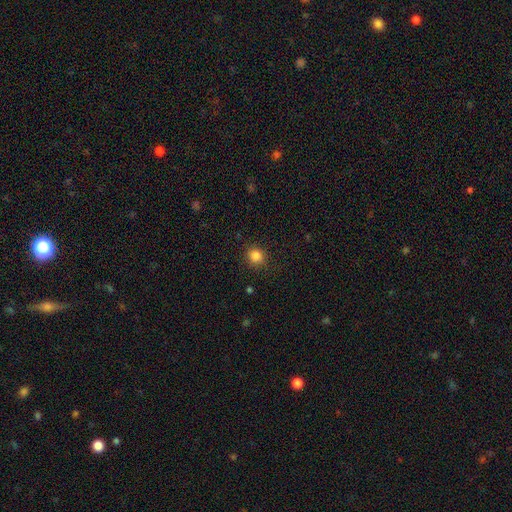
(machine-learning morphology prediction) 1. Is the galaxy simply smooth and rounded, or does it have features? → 84% smooth, 12% star or artifact, 4% featured or disk.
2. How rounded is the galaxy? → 87% round, 12% in between, 1% cigar-shaped.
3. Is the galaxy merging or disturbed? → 89% none, 8% minor disturbance, 2% major disturbance, 1% merger.